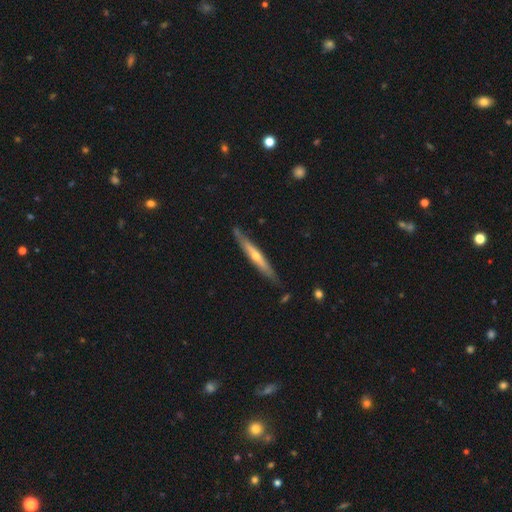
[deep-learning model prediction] Overall: featured or disk (63%; smooth 32%). Edge-on disk: yes (93%). Edge-on bulge: rounded (76%). Merging: none (83%).